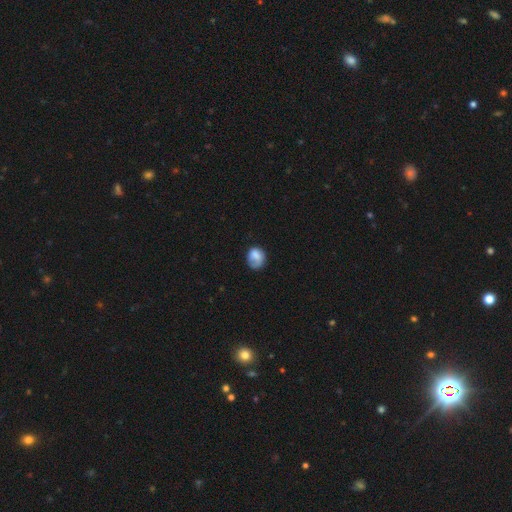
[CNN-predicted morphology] Smooth or featured: smooth — 74% (featured or disk — 18%)
How rounded: round — 59% (in between — 40%)
Merging: none — 49% (minor disturbance — 29%)